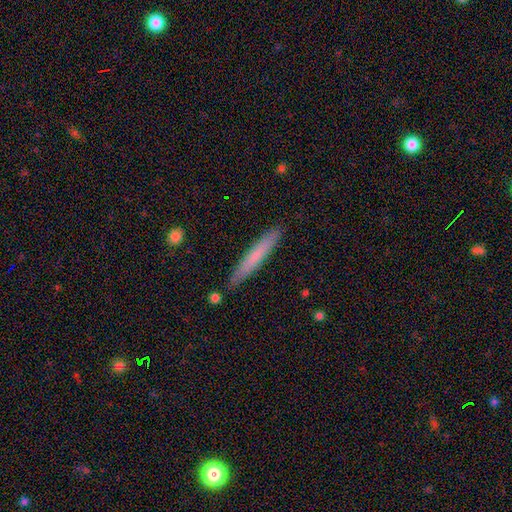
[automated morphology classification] Overall: smooth (65%; featured or disk 28%). How rounded: cigar-shaped (95%). Merging: none (87%).